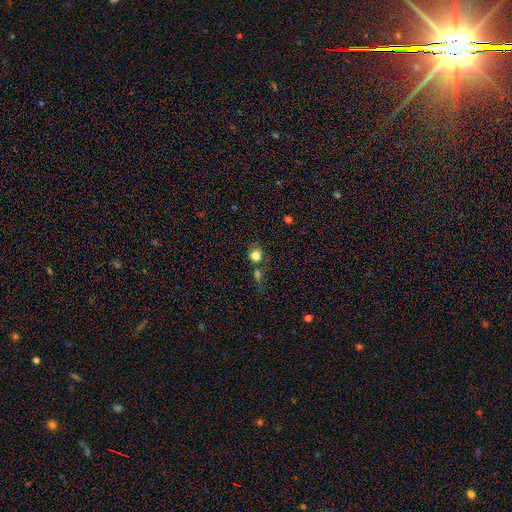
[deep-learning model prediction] Smooth or featured?
  - smooth: 79% *
  - star or artifact: 12%
  - featured or disk: 10%
How rounded?
  - round: 77% *
  - in between: 22%
  - cigar-shaped: 1%
Merging?
  - none: 48% *
  - merger: 23%
  - minor disturbance: 17%
  - major disturbance: 12%